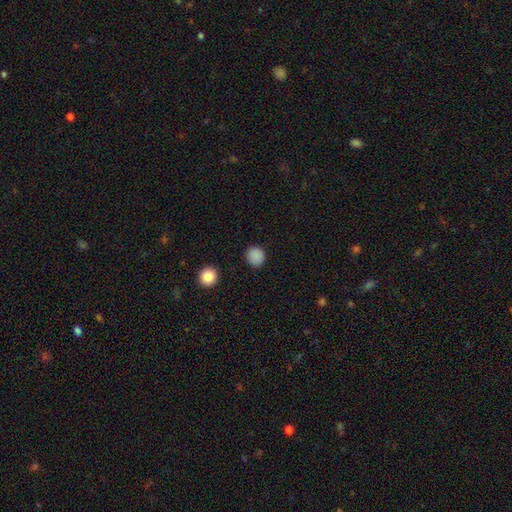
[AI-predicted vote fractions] Morphology: type=smooth (87%); roundness=round (87%); merging=none (88%).